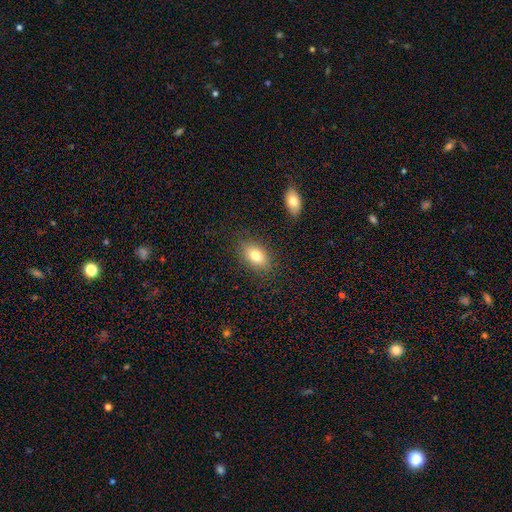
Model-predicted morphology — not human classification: A smooth galaxy with no disk features (77%) that is in between round and cigar-shaped (86%).

Vote fractions:
- Smooth or featured? smooth: 77% / featured or disk: 13% / star or artifact: 9%
- How rounded? in between: 86% / round: 11% / cigar-shaped: 3%
- Merging? none: 83% / minor disturbance: 11% / major disturbance: 3% / merger: 2%